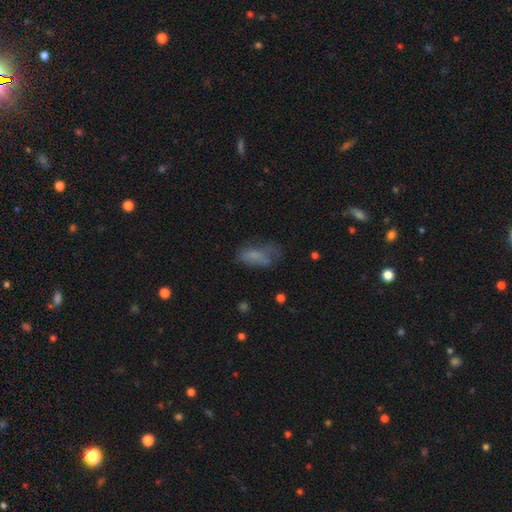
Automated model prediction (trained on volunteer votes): Smooth or featured?
  - smooth: 66% *
  - featured or disk: 21%
  - star or artifact: 13%
How rounded?
  - in between: 83% *
  - cigar-shaped: 12%
  - round: 5%
Merging?
  - none: 36% *
  - major disturbance: 31%
  - minor disturbance: 28%
  - merger: 5%